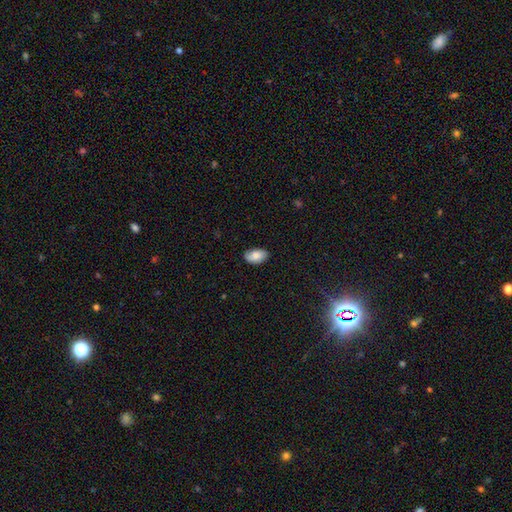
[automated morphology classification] type=smooth (79%); roundness=in between (93%); merging=none (77%).